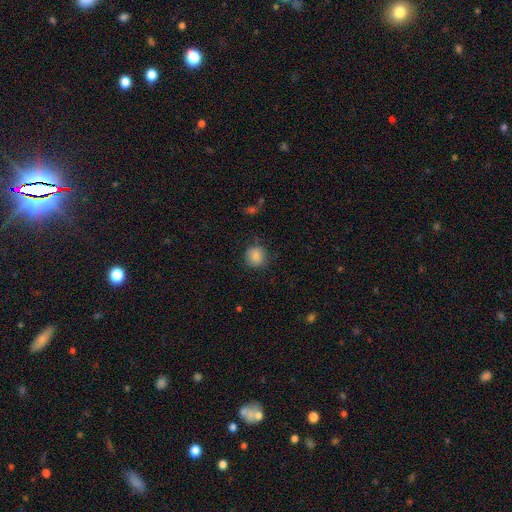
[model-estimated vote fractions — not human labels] This is clearly a smooth galaxy (86%). How rounded: clearly round (90%). Merging: clearly none (83%).